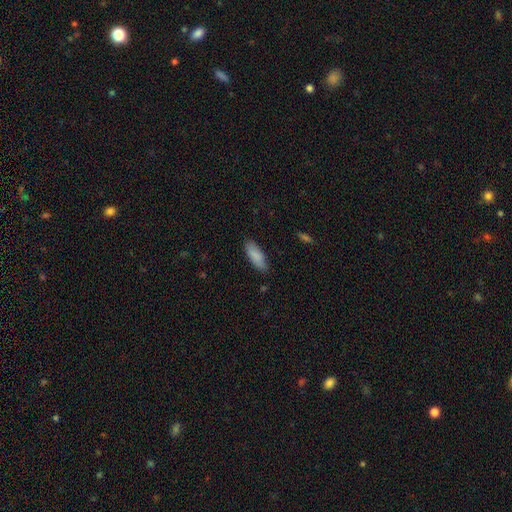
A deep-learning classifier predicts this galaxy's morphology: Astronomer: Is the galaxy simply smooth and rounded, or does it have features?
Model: smooth — 87%.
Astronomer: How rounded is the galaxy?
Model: in between — 66%.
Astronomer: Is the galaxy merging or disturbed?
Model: none — 84%.